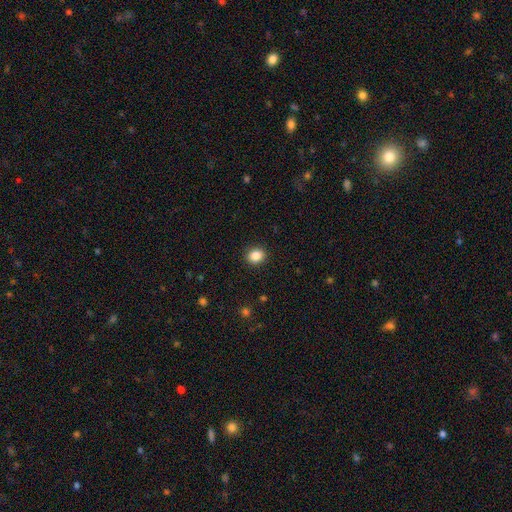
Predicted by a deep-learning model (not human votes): smooth_or_featured: smooth (p=0.86) [alt: star or artifact p=0.10]
how_rounded: round (p=0.63) [alt: in between p=0.36]
merging: none (p=0.91) [alt: minor disturbance p=0.06]